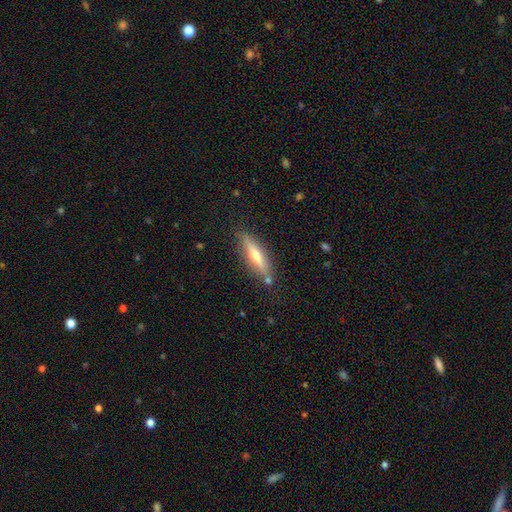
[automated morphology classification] smooth_or_featured: featured or disk (p=0.53) [alt: smooth p=0.40]
disk_edge_on: yes (p=0.90) [alt: no p=0.10]
merging: none (p=0.82) [alt: minor disturbance p=0.12]